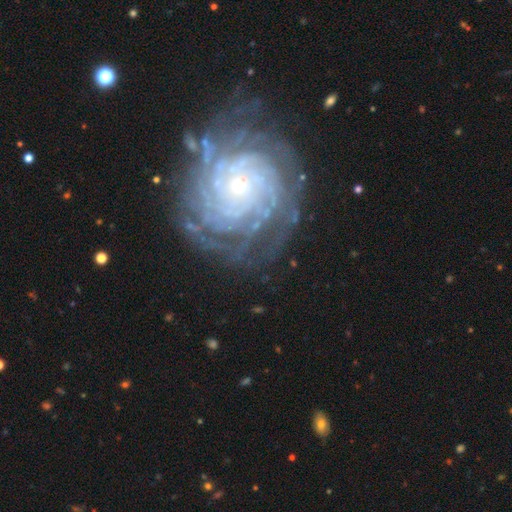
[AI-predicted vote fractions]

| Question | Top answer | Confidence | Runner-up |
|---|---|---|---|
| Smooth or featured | featured or disk | 88% | star or artifact (7%) |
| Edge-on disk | no | 97% | yes (3%) |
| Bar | no | 76% | weak (17%) |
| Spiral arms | yes | 98% | no (2%) |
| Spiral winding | tight | 84% | medium (14%) |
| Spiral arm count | more than 4 | 29% | can't tell (23%) |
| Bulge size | small | 80% | moderate (16%) |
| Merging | none | 76% | minor disturbance (15%) |